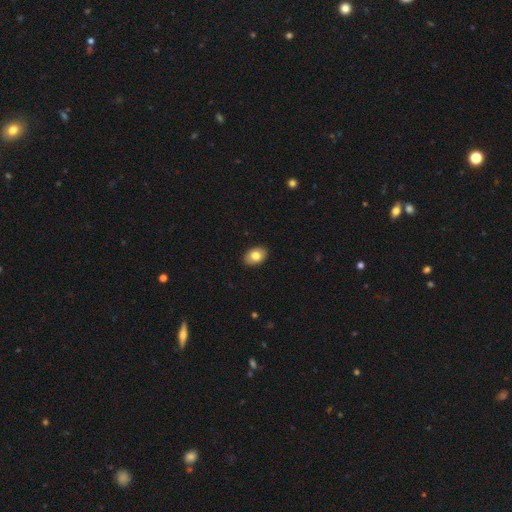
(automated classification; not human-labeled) This appears to be a smooth galaxy with no disk features (80%) that is in between round and cigar-shaped (84%). Merging: none (90%).